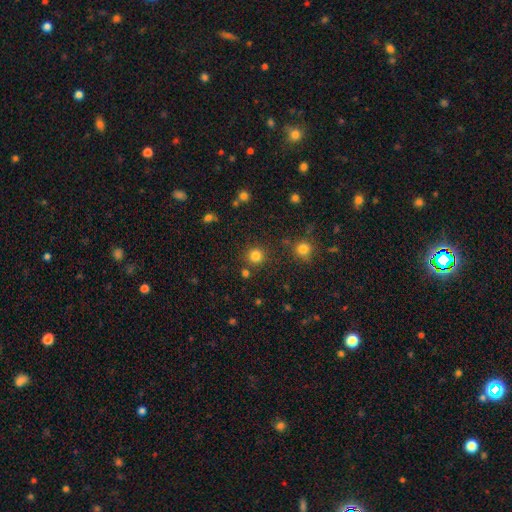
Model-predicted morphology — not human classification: Q: Smooth or featured?
A: smooth (82%); runner-up: star or artifact (14%)
Q: How rounded?
A: round (93%); runner-up: in between (6%)
Q: Merging?
A: none (85%); runner-up: minor disturbance (7%)